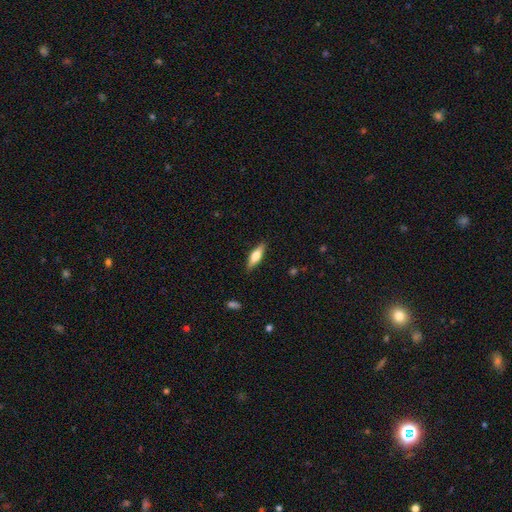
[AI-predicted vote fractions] This is likely a smooth galaxy (67%). How rounded: possibly in between (50%). Merging: clearly none (87%).